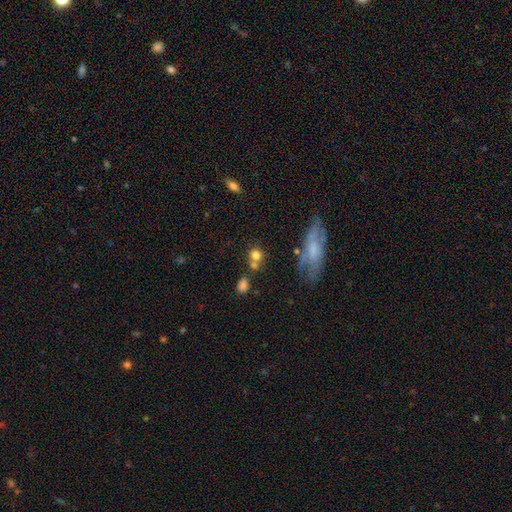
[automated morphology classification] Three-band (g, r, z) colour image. It shows a smooth galaxy with no disk features (74%) that is round (79%). Merging: none (51%).